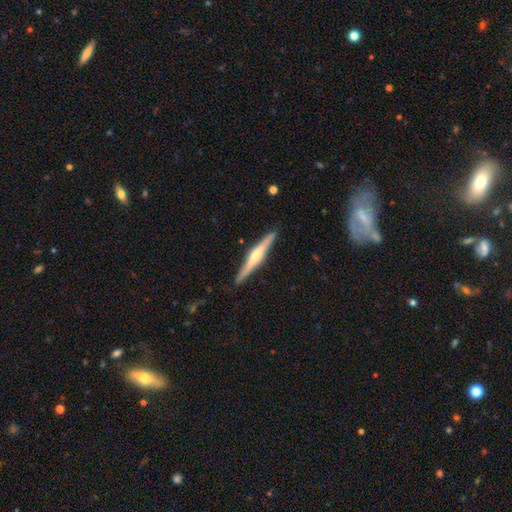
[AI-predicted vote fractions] Smooth or featured? featured or disk (64%)
Edge-on disk? yes (97%)
Edge-on bulge? rounded (66%)
Merging? none (89%)